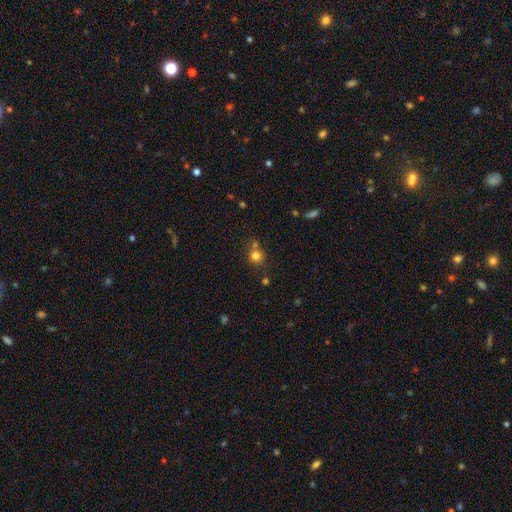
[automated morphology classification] smooth 78%, star or artifact 14%, featured or disk 7%. Down the decision tree: how rounded — round (87%); merging — none (61%).